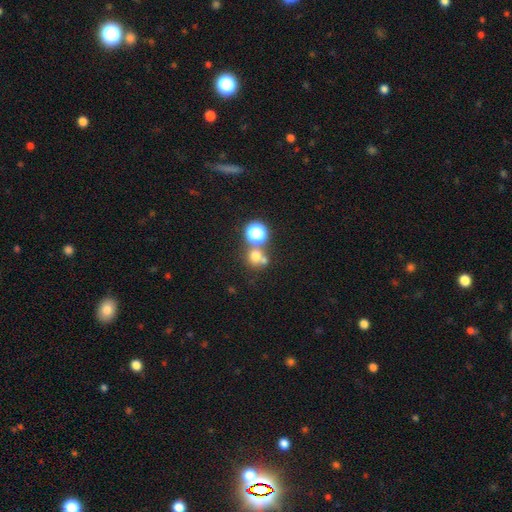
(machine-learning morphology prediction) This is likely a smooth galaxy (67%). How rounded: clearly round (87%). Merging: possibly none (55%).